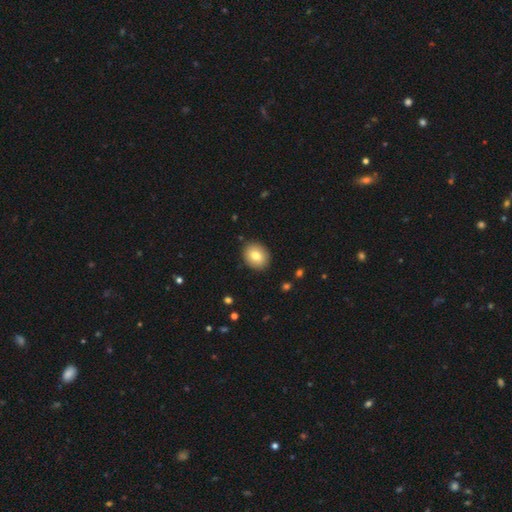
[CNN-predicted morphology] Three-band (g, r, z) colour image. It shows a smooth galaxy with no disk features (79%) that is round (56%). Merging: none (90%).